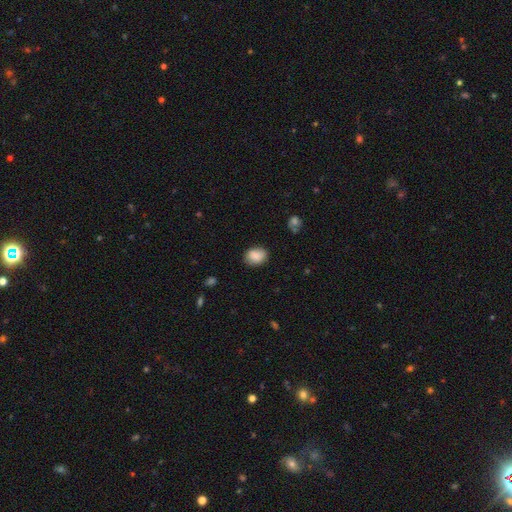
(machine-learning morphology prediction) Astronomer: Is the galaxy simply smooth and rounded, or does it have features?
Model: smooth — 86%.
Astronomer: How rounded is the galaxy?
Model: in between — 60% (runner-up: round, 39%).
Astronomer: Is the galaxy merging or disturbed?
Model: none — 80%.